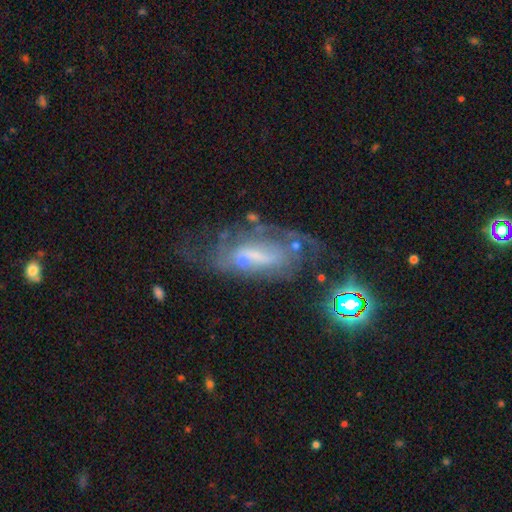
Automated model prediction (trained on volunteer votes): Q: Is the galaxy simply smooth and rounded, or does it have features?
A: featured or disk — 65%.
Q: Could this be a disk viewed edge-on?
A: no — 89%.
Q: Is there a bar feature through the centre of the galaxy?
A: weak — 43%.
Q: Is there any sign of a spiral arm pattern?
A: yes — 71%.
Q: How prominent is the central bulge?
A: small — 36%.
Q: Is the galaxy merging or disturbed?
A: none — 45%.